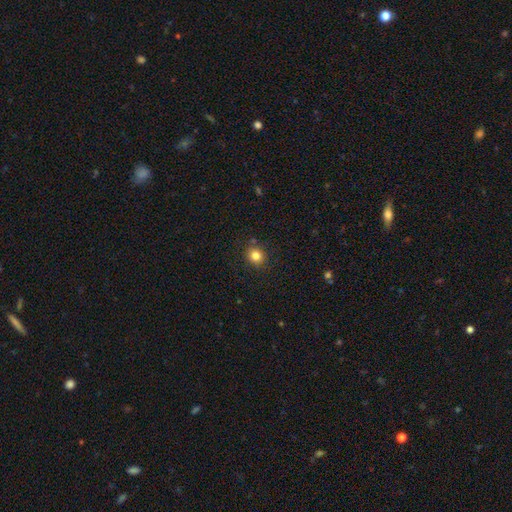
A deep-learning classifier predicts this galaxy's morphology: smooth_or_featured: smooth (p=0.82) [alt: star or artifact p=0.12]
how_rounded: round (p=0.82) [alt: in between p=0.17]
merging: none (p=0.86) [alt: minor disturbance p=0.09]